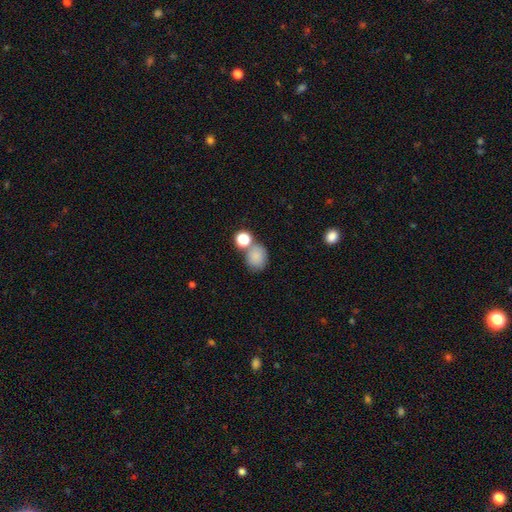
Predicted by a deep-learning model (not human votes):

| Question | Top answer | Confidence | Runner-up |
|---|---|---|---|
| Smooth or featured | smooth | 82% | star or artifact (11%) |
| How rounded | round | 64% | in between (35%) |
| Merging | none | 55% | merger (27%) |